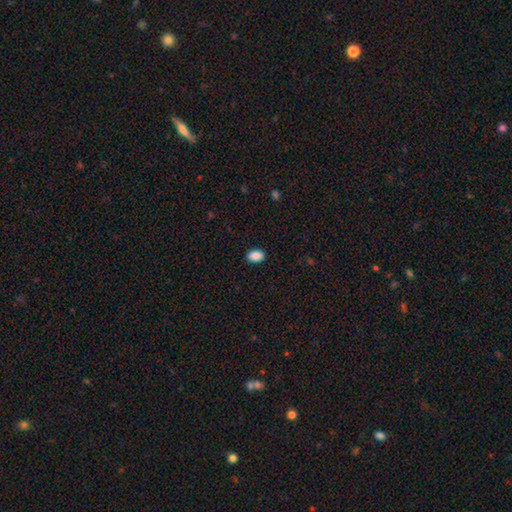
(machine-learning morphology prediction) type=smooth (89%); roundness=in between (86%); merging=none (89%).